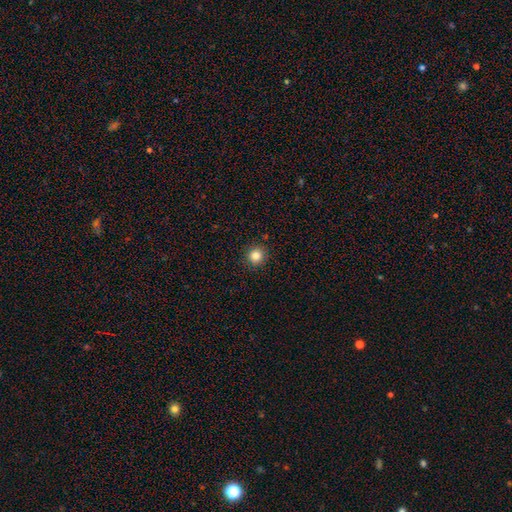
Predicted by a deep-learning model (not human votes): Smooth or featured? smooth (84%)
How rounded? round (93%)
Merging? none (91%)